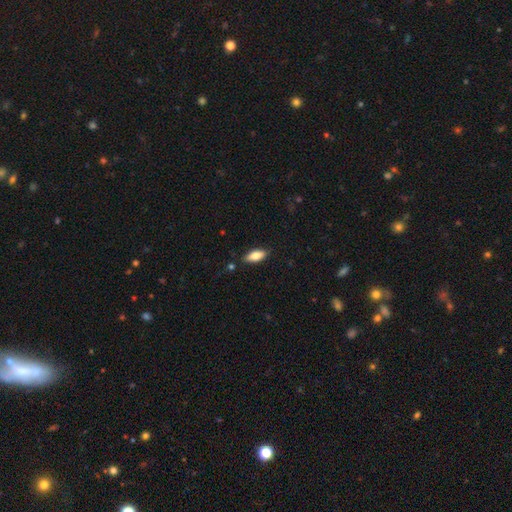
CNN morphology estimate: This is likely a smooth galaxy (78%). How rounded: likely in between (79%). Merging: clearly none (85%).